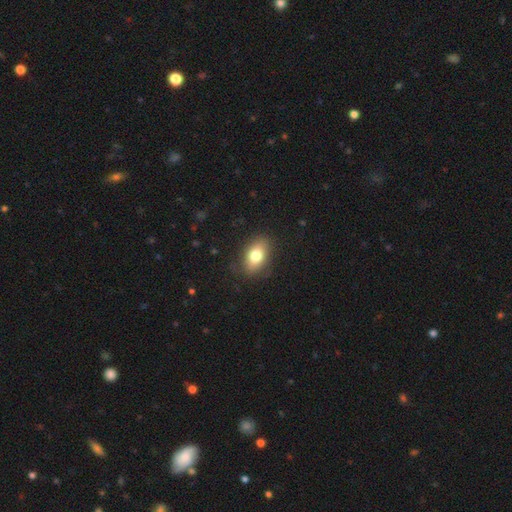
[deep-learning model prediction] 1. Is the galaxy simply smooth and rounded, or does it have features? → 77% smooth, 15% featured or disk, 8% star or artifact.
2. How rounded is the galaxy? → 87% in between, 11% round, 3% cigar-shaped.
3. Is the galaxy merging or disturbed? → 84% none, 12% minor disturbance, 3% major disturbance, 1% merger.